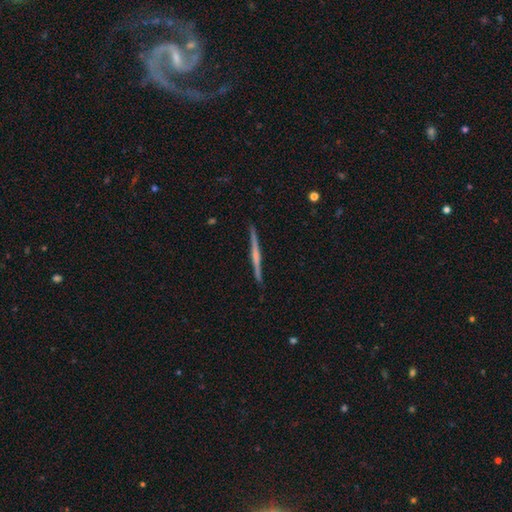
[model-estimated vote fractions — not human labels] Q: Smooth or featured?
A: featured or disk (70%); runner-up: smooth (24%)
Q: Edge-on disk?
A: yes (98%); runner-up: no (2%)
Q: Edge-on bulge?
A: none (46%); runner-up: rounded (39%)
Q: Merging?
A: none (92%); runner-up: minor disturbance (6%)